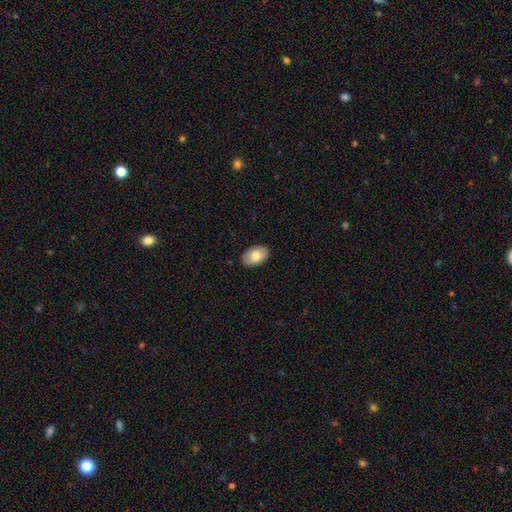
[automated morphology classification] This appears to be a smooth galaxy with no disk features (80%) that is in between round and cigar-shaped (92%). Merging: none (88%).